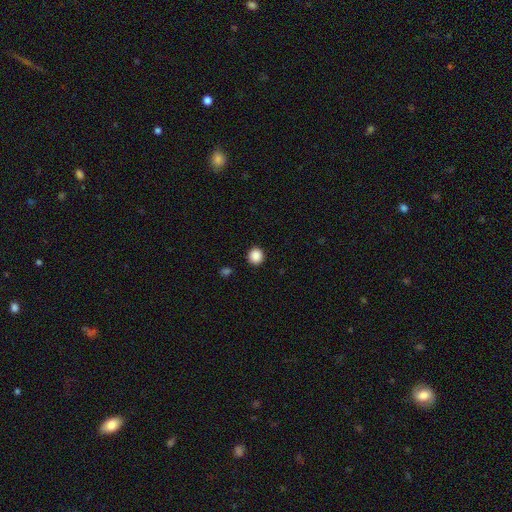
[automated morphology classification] smooth 88%, star or artifact 9%, featured or disk 2%. Down the decision tree: how rounded — round (91%); merging — none (91%).